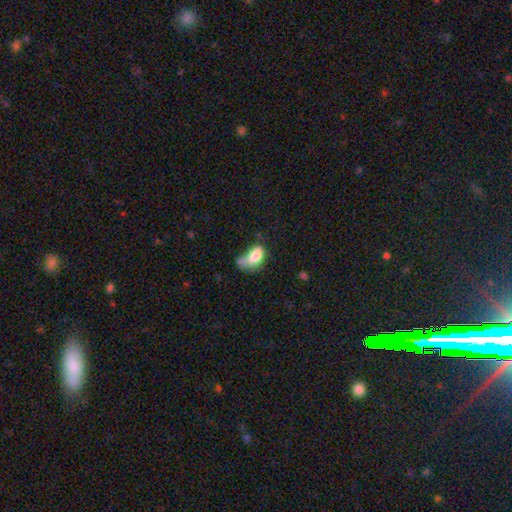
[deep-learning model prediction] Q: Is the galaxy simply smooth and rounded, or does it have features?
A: smooth — 76%.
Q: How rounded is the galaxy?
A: in between — 90%.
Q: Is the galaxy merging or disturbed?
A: major disturbance — 34%.